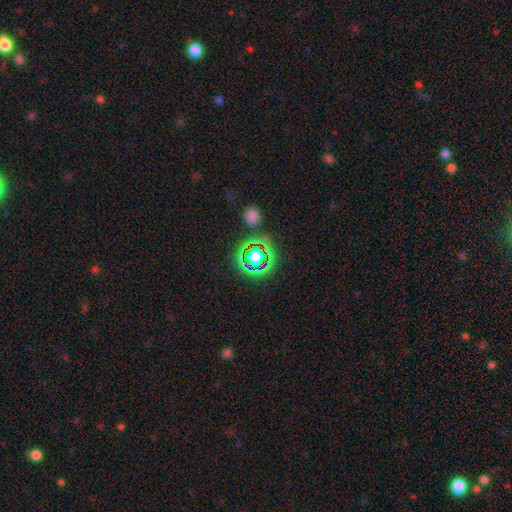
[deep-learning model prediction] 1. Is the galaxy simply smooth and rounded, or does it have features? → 72% star or artifact, 19% smooth, 9% featured or disk.